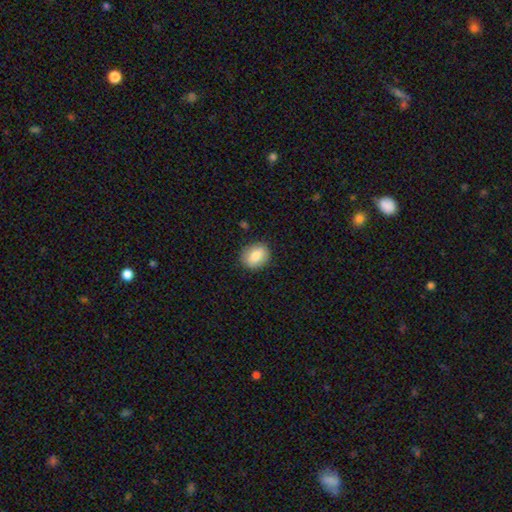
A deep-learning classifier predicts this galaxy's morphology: Smooth or featured? smooth (80%)
How rounded? in between (53%)
Merging? none (86%)